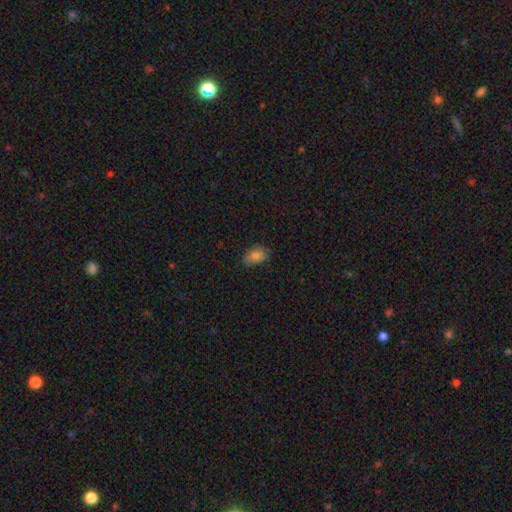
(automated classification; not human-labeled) Smooth or featured?
  - smooth: 82% *
  - star or artifact: 10%
  - featured or disk: 8%
How rounded?
  - in between: 86% *
  - round: 13%
  - cigar-shaped: 2%
Merging?
  - none: 78% *
  - minor disturbance: 18%
  - major disturbance: 3%
  - merger: 1%